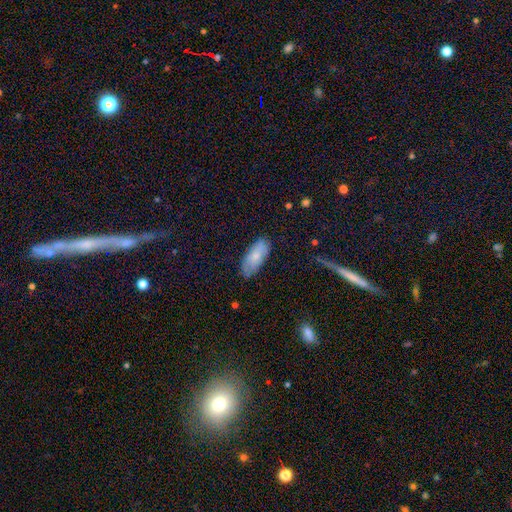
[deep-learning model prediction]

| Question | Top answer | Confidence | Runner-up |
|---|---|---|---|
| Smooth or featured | smooth | 72% | featured or disk (21%) |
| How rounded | in between | 86% | cigar-shaped (12%) |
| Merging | none | 72% | minor disturbance (22%) |